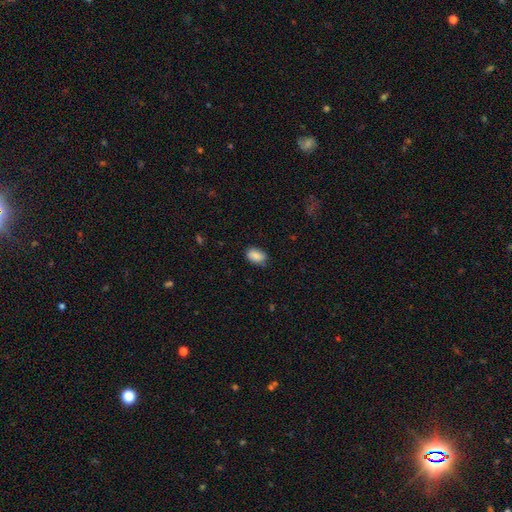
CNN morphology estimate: Smooth or featured? smooth (87%)
How rounded? in between (89%)
Merging? none (78%)